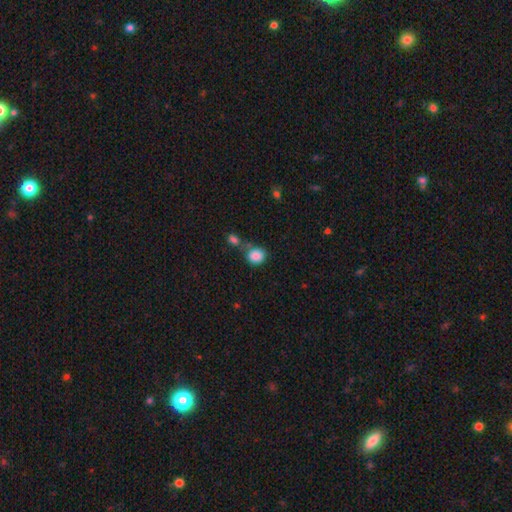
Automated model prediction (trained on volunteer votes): Q: Smooth or featured?
A: smooth (87%); runner-up: star or artifact (9%)
Q: How rounded?
A: round (74%); runner-up: in between (25%)
Q: Merging?
A: none (51%); runner-up: merger (27%)